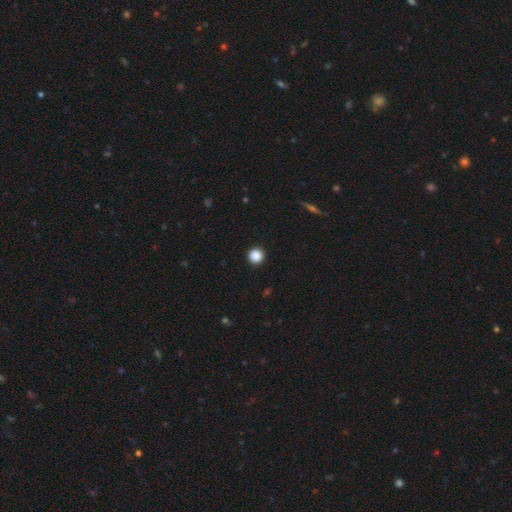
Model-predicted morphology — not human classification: smooth 88%, star or artifact 10%, featured or disk 2%. Down the decision tree: how rounded — round (94%); merging — none (92%).